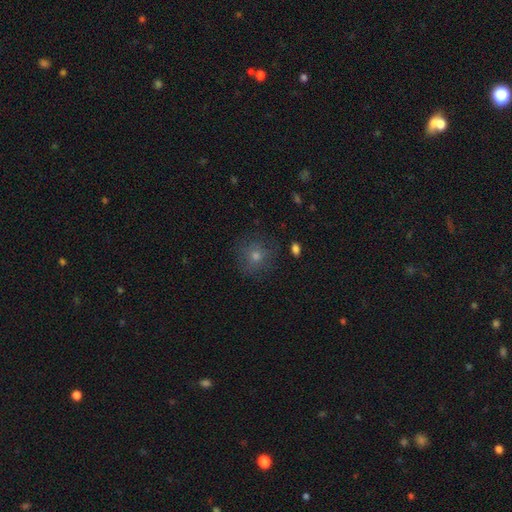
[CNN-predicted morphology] smooth-or-featured: smooth: 60% | star or artifact: 25% | featured or disk: 15%
  how-rounded: round: 91% | in between: 8% | cigar-shaped: 1%
  merging: none: 83% | minor disturbance: 11% | major disturbance: 4% | merger: 2%